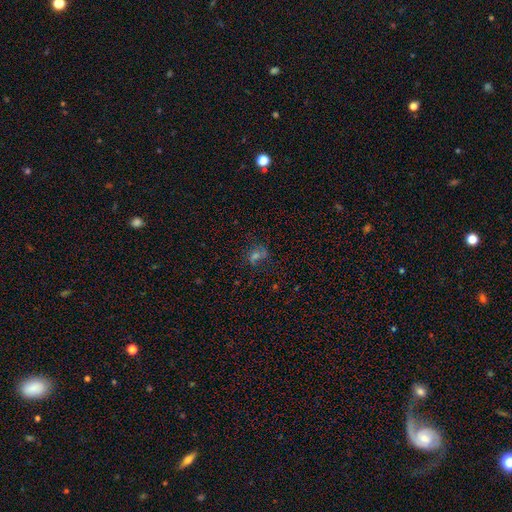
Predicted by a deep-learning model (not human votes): smooth_or_featured: smooth (p=0.38) [alt: star or artifact p=0.35]
merging: none (p=0.59) [alt: minor disturbance p=0.18]